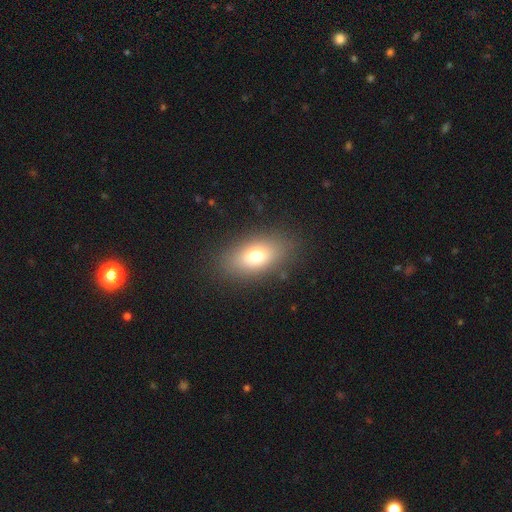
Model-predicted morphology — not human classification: The model was most divided on "smooth or featured": smooth: 74%, featured or disk: 16%, star or artifact: 10%. More confident: how rounded — in between (86%); merging — none (85%).